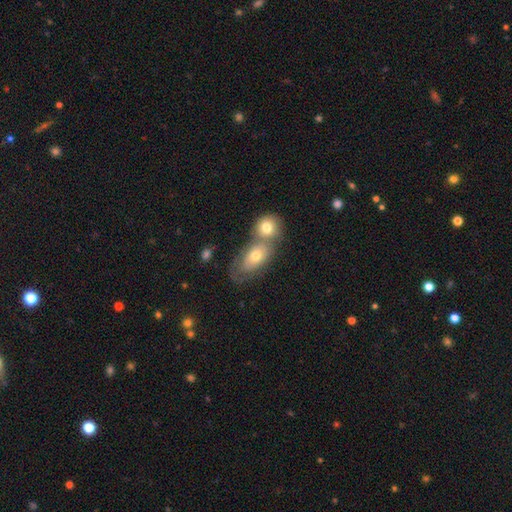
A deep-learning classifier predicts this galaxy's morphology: A smooth galaxy with no disk features (59%) that is in between round and cigar-shaped (82%).

Vote fractions:
- Smooth or featured? smooth: 59% / featured or disk: 33% / star or artifact: 8%
- How rounded? in between: 82% / round: 14% / cigar-shaped: 4%
- Merging? merger: 56% / none: 27% / minor disturbance: 11% / major disturbance: 6%